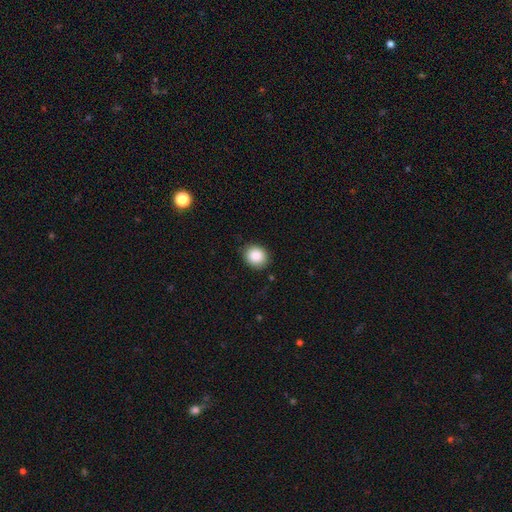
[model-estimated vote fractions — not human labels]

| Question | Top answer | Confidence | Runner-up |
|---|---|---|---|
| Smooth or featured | smooth | 88% | star or artifact (8%) |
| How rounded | round | 70% | in between (29%) |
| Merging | none | 86% | minor disturbance (10%) |